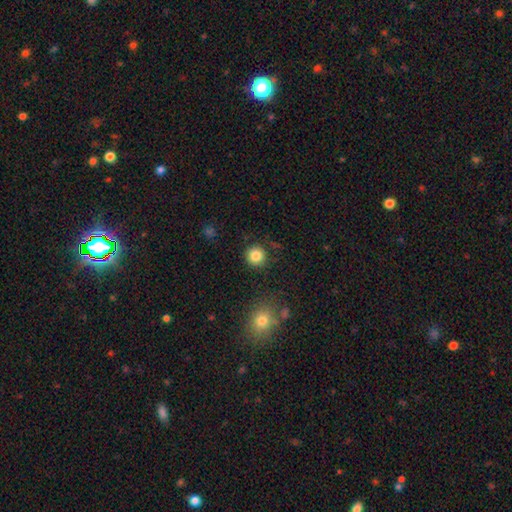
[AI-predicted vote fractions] A smooth galaxy with no disk features (85%) that is round (94%). Merging: none (88%).